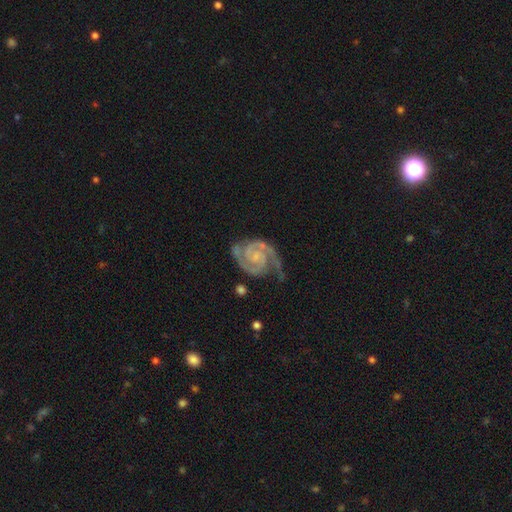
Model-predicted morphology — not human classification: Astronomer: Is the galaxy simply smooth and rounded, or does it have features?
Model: featured or disk — 93%.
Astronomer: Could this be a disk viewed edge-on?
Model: no — 98%.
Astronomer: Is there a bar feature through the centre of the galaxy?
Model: no — 60%.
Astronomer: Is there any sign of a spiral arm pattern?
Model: yes — 99%.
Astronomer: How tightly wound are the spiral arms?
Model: tight — 61%.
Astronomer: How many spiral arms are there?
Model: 2 — 88%.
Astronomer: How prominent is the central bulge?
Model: small — 57%.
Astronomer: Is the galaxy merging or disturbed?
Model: none — 67%.